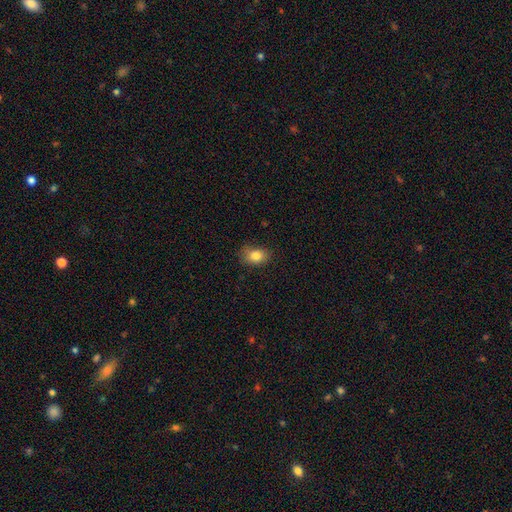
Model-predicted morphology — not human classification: Smooth or featured: smooth — 83% (star or artifact — 10%)
How rounded: in between — 72% (round — 27%)
Merging: none — 73% (minor disturbance — 21%)